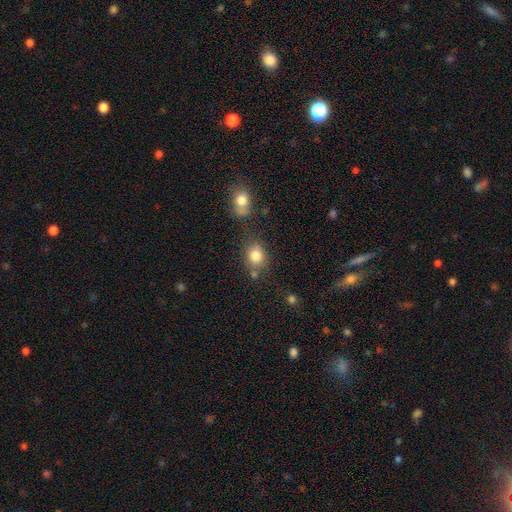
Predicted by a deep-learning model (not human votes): Smooth or featured: smooth — 81% (star or artifact — 11%)
How rounded: round — 56% (in between — 43%)
Merging: none — 68% (minor disturbance — 15%)